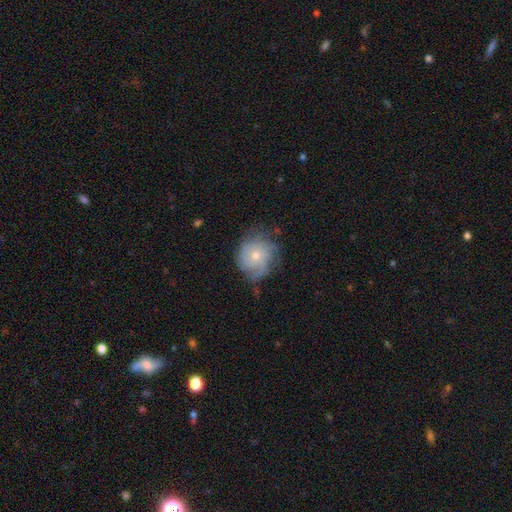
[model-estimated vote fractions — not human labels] A featured or disk galaxy (58%) with no bar (83%), spiral arms (83%) and a moderate central bulge (53%).

Vote fractions:
- Smooth or featured? featured or disk: 58% / smooth: 33% / star or artifact: 9%
- Edge-on disk? no: 97% / yes: 3%
- Bar? no: 83% / weak: 15% / strong: 2%
- Spiral arms? yes: 83% / no: 17%
- Bulge size? moderate: 53% / small: 43% / large: 2% / none: 1% / dominant: 1%
- Merging? none: 60% / minor disturbance: 27% / major disturbance: 12% / merger: 2%